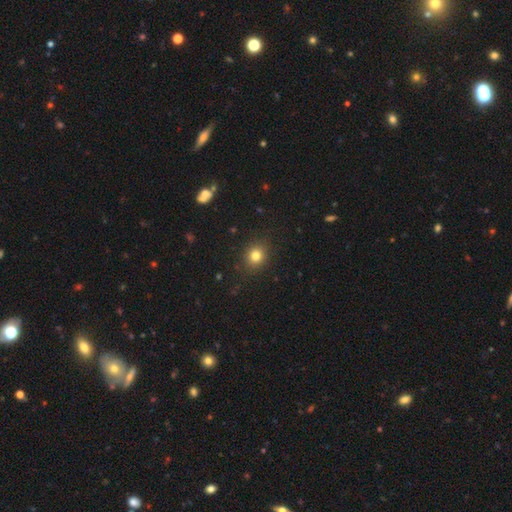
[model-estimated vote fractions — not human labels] A smooth galaxy with no disk features (81%) that is round (76%). Merging: none (89%).